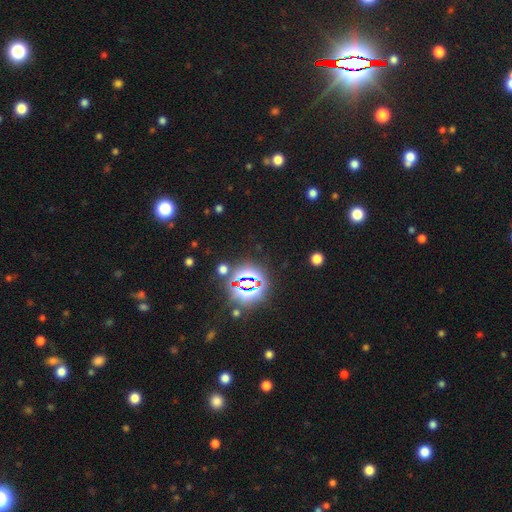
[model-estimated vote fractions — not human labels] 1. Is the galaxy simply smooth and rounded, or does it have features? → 85% star or artifact, 9% smooth, 6% featured or disk.